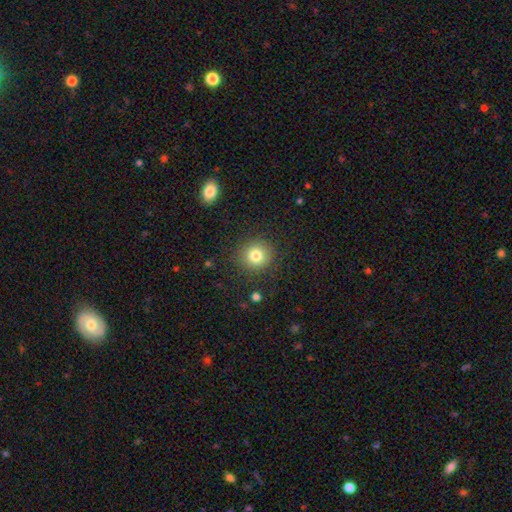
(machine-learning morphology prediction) smooth_or_featured: smooth (p=0.80) [alt: star or artifact p=0.12]
how_rounded: round (p=0.91) [alt: in between p=0.09]
merging: none (p=0.88) [alt: minor disturbance p=0.07]